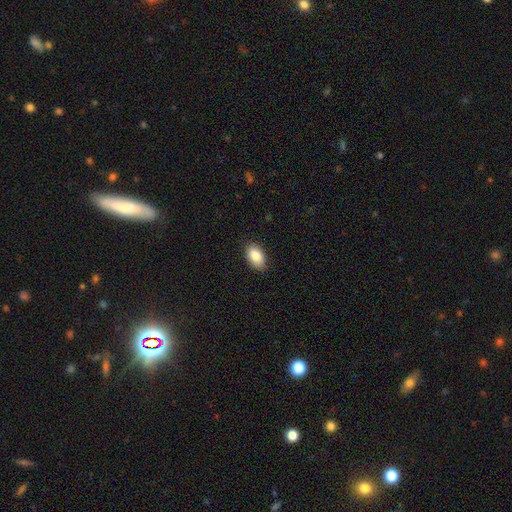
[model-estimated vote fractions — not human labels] Overall: smooth (86%). How rounded: in between (92%). Merging: none (85%).